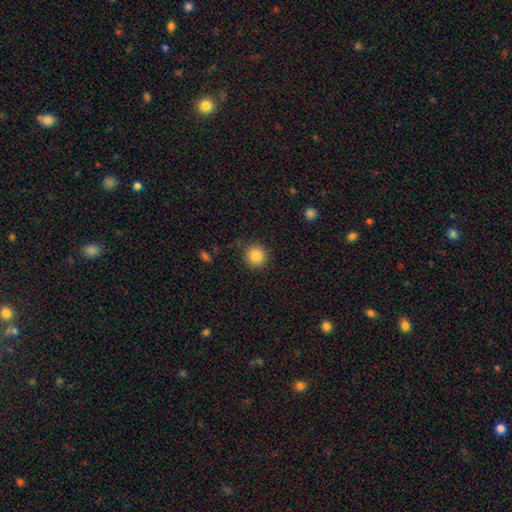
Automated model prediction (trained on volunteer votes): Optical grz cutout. It shows a smooth galaxy with no disk features (86%) that is round (92%). Merging: none (86%).